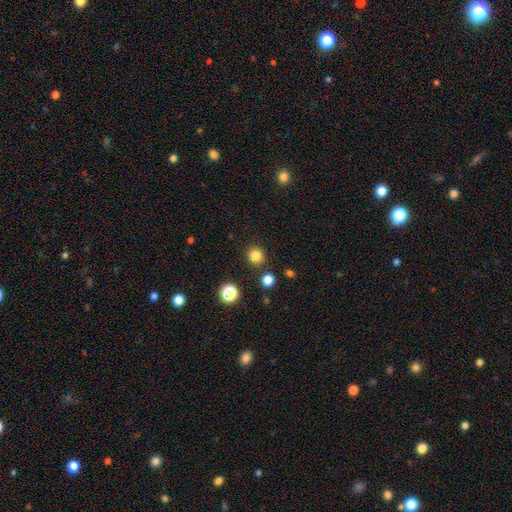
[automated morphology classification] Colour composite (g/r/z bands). It shows a smooth galaxy with no disk features (82%) that is round (92%). Merging: none (89%).